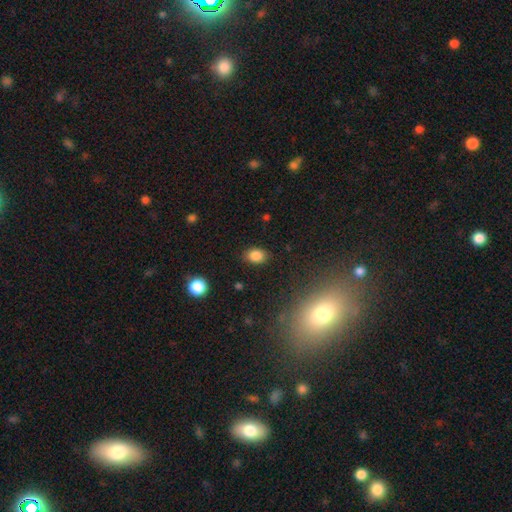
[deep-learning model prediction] The model was most divided on "how rounded": in between: 69%, round: 30%, cigar-shaped: 1%. More confident: smooth or featured — smooth (84%); merging — none (84%).